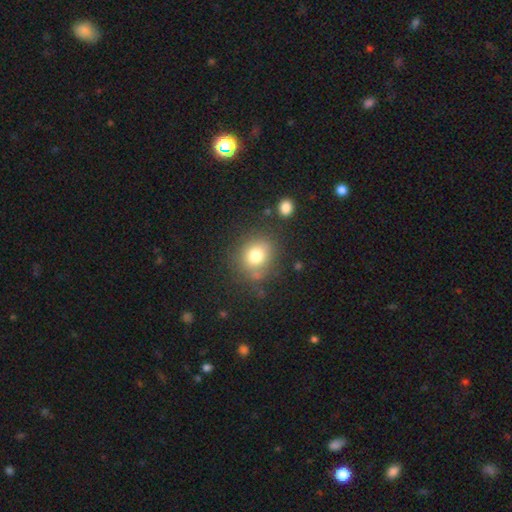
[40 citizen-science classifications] smooth-or-featured: smooth: 88% | featured or disk: 8% | star or artifact: 5%
  how-rounded: round: 83% | in between: 17% | cigar-shaped: 0%
  merging: none: 76% | minor disturbance: 11% | merger: 11% | major disturbance: 3%